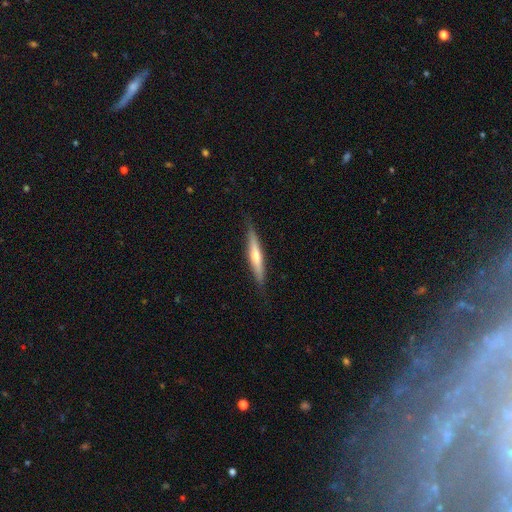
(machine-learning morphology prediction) Smooth or featured? featured or disk (60%)
Edge-on disk? yes (95%)
Edge-on bulge? rounded (80%)
Merging? none (87%)